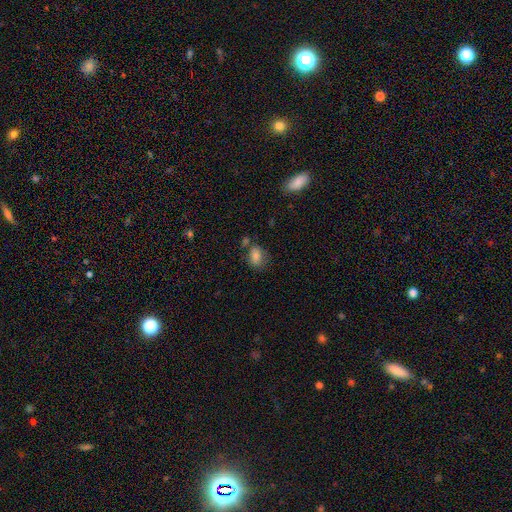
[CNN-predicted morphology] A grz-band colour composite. It shows a smooth galaxy with no disk features (80%) that is in between round and cigar-shaped (72%). Merging: none (62%).